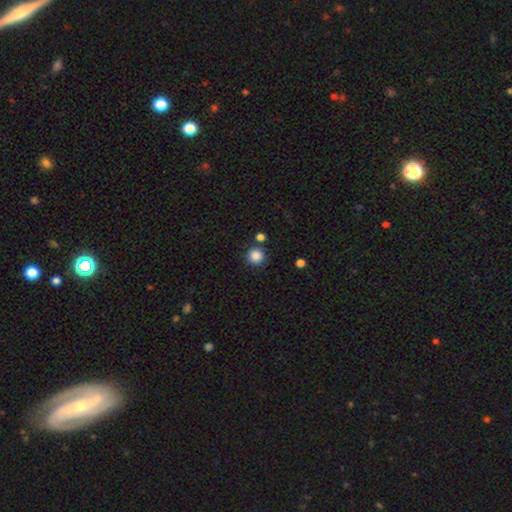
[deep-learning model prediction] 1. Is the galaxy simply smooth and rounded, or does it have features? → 86% smooth, 10% star or artifact, 3% featured or disk.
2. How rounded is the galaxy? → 94% round, 5% in between, 1% cigar-shaped.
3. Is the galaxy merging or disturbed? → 83% none, 7% minor disturbance, 6% merger, 3% major disturbance.